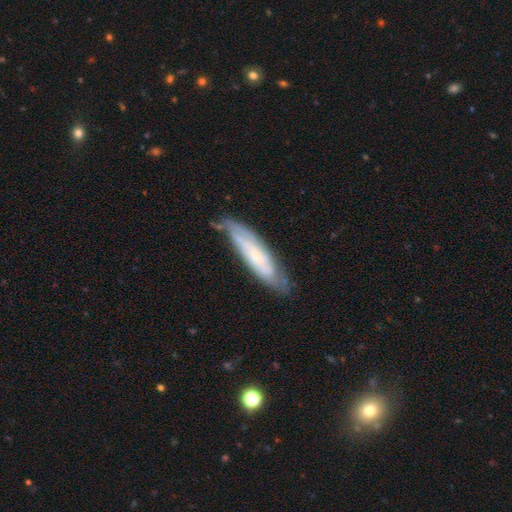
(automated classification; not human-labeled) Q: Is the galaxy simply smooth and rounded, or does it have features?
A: featured or disk — 63%.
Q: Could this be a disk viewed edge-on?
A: no — 64%.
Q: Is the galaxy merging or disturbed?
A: none — 71%.